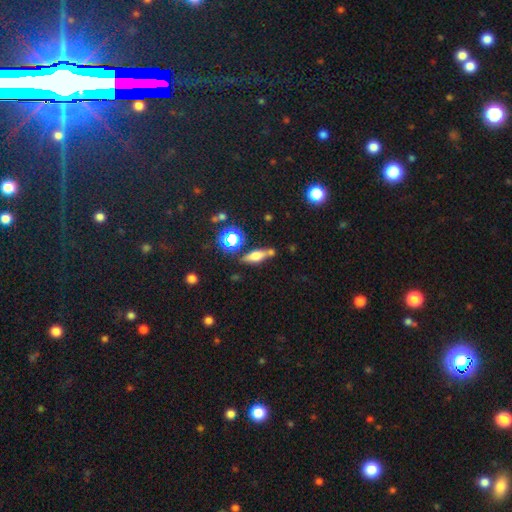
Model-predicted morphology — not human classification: This is possibly a smooth galaxy (48%). Merging: likely none (65%).